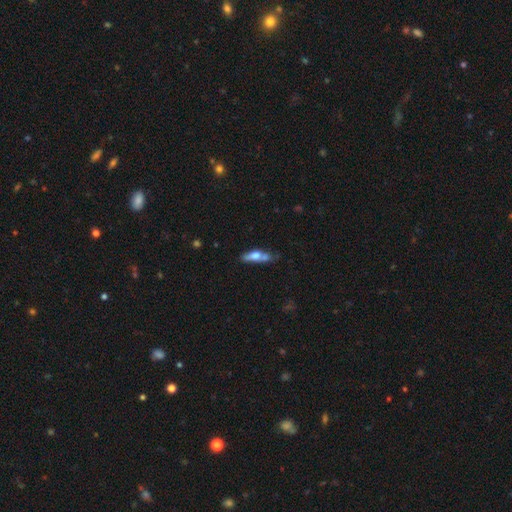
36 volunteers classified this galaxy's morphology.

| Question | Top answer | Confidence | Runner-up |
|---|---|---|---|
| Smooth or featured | smooth | 50% | featured or disk (44%) |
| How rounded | in between | 61% | cigar-shaped (33%) |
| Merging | minor disturbance | 32% | none (29%) |